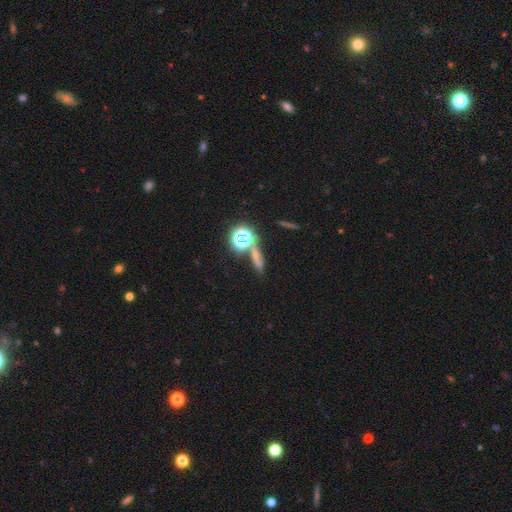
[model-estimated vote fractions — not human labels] Smooth or featured?
  - star or artifact: 42% *
  - smooth: 40%
  - featured or disk: 18%